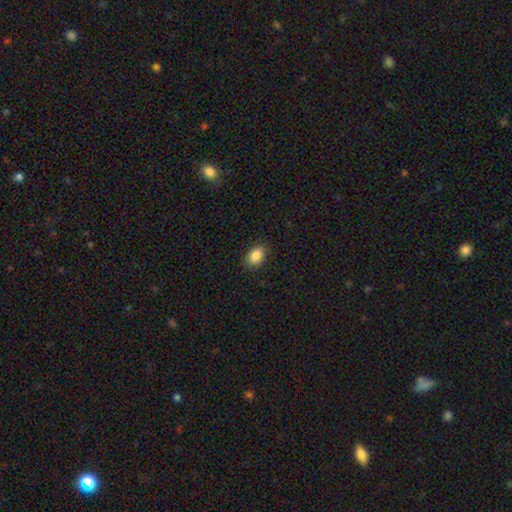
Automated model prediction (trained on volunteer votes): Q: Smooth or featured?
A: smooth (87%); runner-up: star or artifact (8%)
Q: How rounded?
A: in between (87%); runner-up: round (11%)
Q: Merging?
A: none (88%); runner-up: minor disturbance (9%)